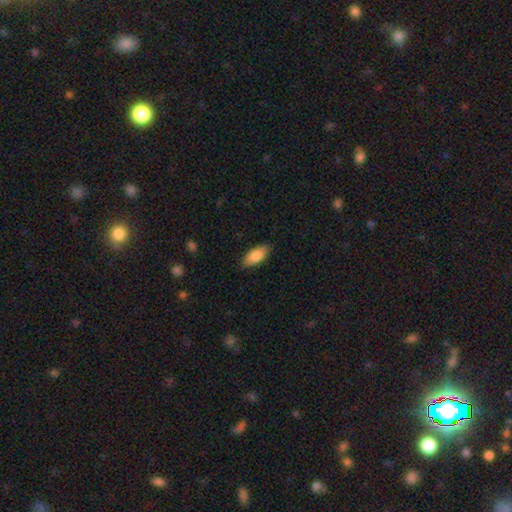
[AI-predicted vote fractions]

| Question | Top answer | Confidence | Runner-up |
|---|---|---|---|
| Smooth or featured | smooth | 85% | featured or disk (9%) |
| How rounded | in between | 86% | cigar-shaped (12%) |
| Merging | none | 86% | minor disturbance (11%) |